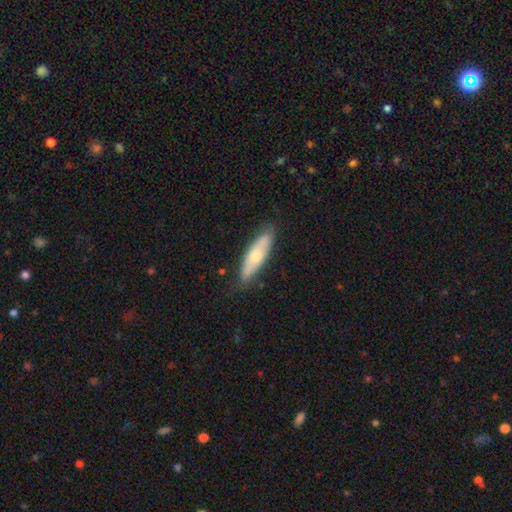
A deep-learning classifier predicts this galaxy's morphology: type=smooth (49%); merging=none (82%).